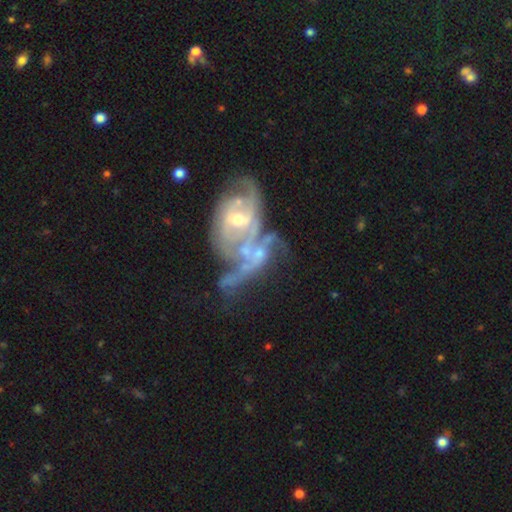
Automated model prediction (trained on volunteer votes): This is clearly a featured or disk galaxy (80%). It is clearly not viewed edge-on (97%). Bar: possibly no (54%). Spiral arm pattern: likely yes (78%). Spiral arm count: marginally can't tell (35%). Spiral winding: marginally medium (39%). Central bulge: possibly small (50%). Merging: possibly merger (51%).